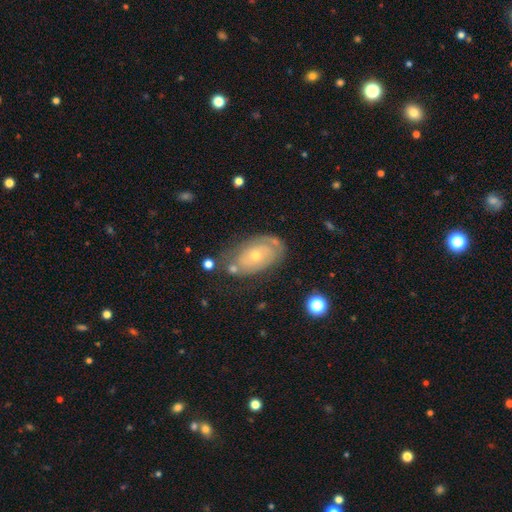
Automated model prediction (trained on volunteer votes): The model was most divided on "bulge size": small: 59%, moderate: 38%, large: 2%, none: 1%, dominant: 1%. More confident: edge-on disk — no (93%); bar — no (85%); smooth or featured — featured or disk (63%); spiral arms — yes (62%); merging — none (61%).